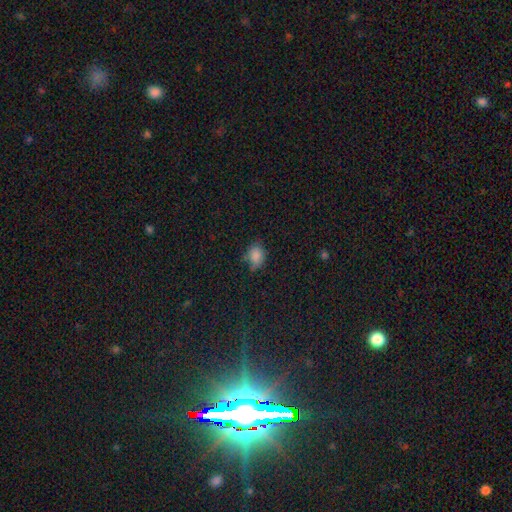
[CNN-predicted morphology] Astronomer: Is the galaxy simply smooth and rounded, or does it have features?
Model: smooth — 82%.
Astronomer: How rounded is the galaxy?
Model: in between — 65%.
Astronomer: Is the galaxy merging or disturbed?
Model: none — 61%.